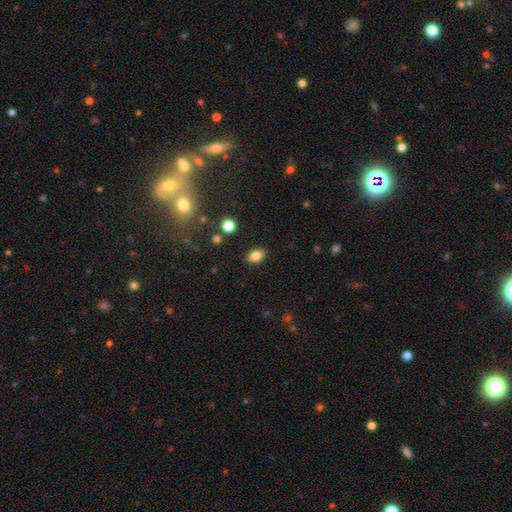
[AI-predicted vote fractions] Morphology: type=smooth (84%); roundness=in between (82%); merging=none (87%).